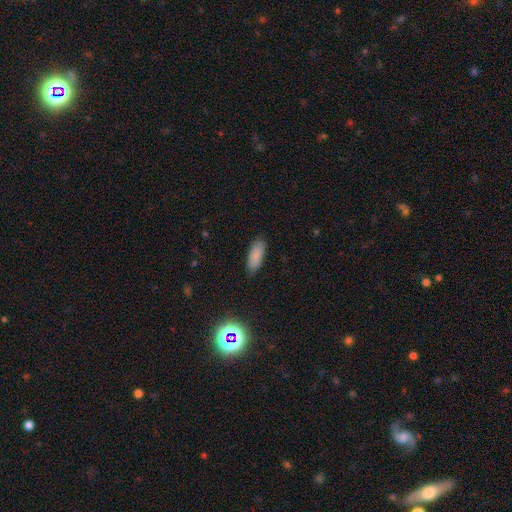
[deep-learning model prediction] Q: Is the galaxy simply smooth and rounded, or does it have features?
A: smooth — 86%.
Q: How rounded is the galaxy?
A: in between — 76%.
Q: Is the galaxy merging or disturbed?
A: none — 81%.